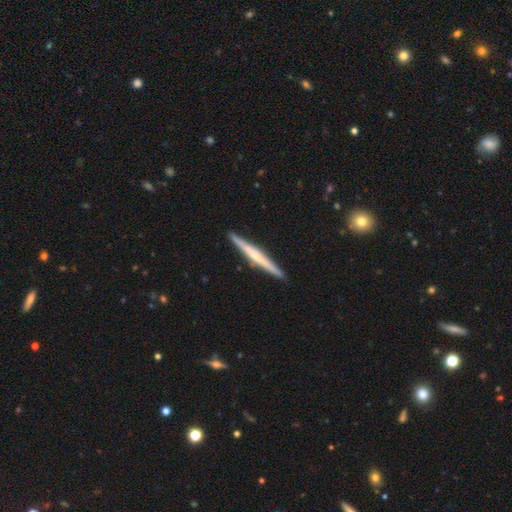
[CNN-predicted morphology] smooth-or-featured: featured or disk: 65% | smooth: 30% | star or artifact: 5%
  disk-edge-on: yes: 98% | no: 2%
    edge-on-bulge: rounded: 50% | none: 37% | boxy: 13%
  merging: none: 91% | minor disturbance: 6% | merger: 1% | major disturbance: 1%